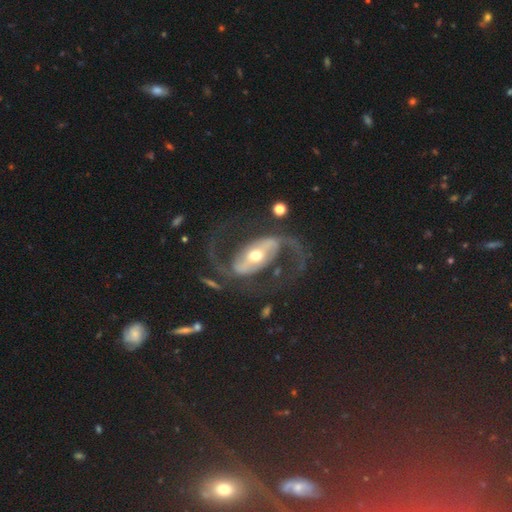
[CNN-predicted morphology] Q: Smooth or featured?
A: featured or disk (91%); runner-up: smooth (5%)
Q: Edge-on disk?
A: no (97%); runner-up: yes (3%)
Q: Bar?
A: strong (58%); runner-up: weak (27%)
Q: Spiral arms?
A: yes (95%); runner-up: no (5%)
Q: Spiral winding?
A: medium (48%); runner-up: loose (41%)
Q: Spiral arm count?
A: 2 (94%); runner-up: 1 (2%)
Q: Bulge size?
A: moderate (67%); runner-up: small (23%)
Q: Merging?
A: none (73%); runner-up: major disturbance (14%)